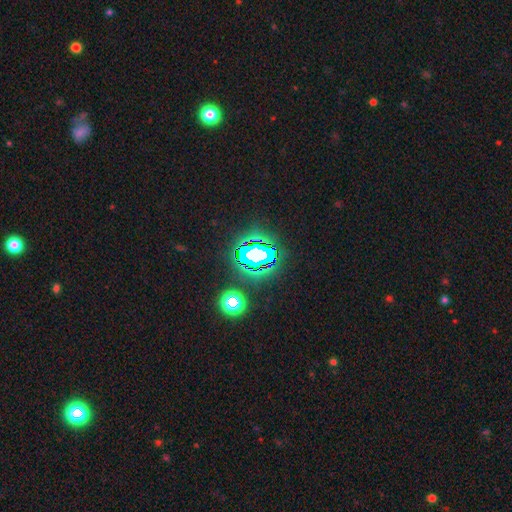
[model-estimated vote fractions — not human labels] This appears to be a star or artifact, not a galaxy (64%).